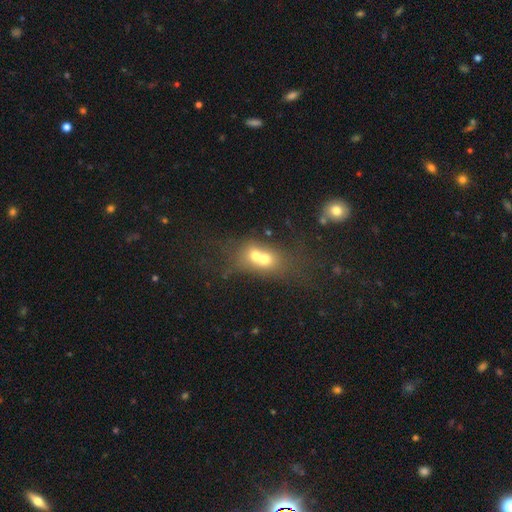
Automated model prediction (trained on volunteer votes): This appears to be a smooth galaxy with no disk features (59%) that is round (54%). Merging: merger (75%).